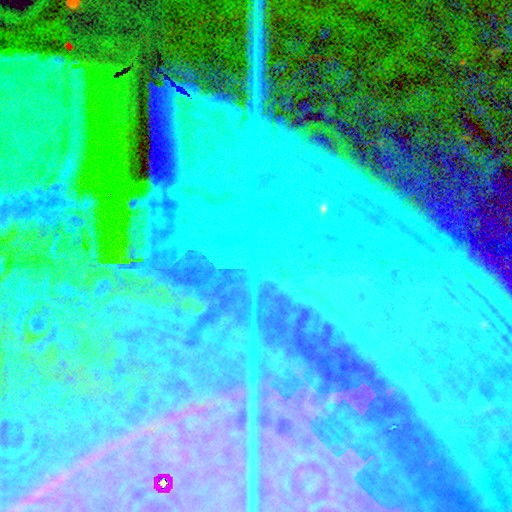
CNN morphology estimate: Overall: star or artifact (89%).